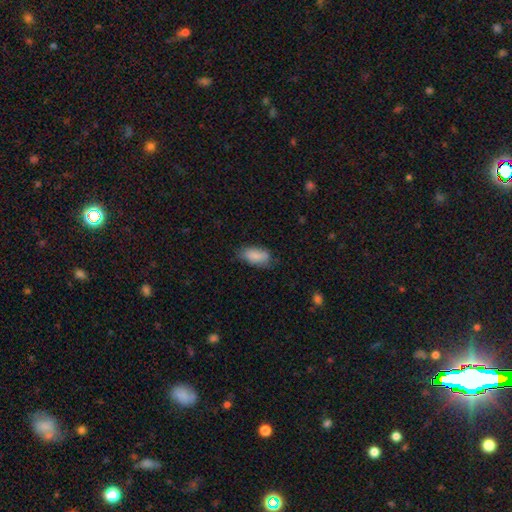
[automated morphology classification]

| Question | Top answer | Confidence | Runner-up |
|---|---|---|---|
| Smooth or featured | smooth | 84% | featured or disk (9%) |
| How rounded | in between | 91% | cigar-shaped (5%) |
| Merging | none | 65% | minor disturbance (28%) |